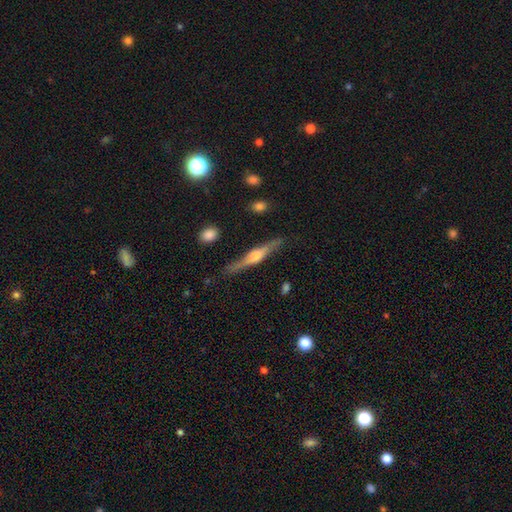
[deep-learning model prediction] This appears to be a featured or disk galaxy (73%) viewed edge-on (96%) with a rounded central bulge (65%). Merging: none (83%).